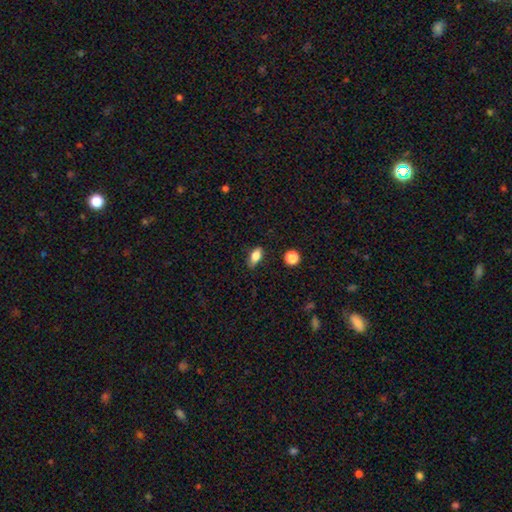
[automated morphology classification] Smooth or featured?
  - smooth: 79% *
  - featured or disk: 13%
  - star or artifact: 9%
How rounded?
  - in between: 83% *
  - cigar-shaped: 9%
  - round: 7%
Merging?
  - none: 82% *
  - minor disturbance: 14%
  - major disturbance: 3%
  - merger: 2%